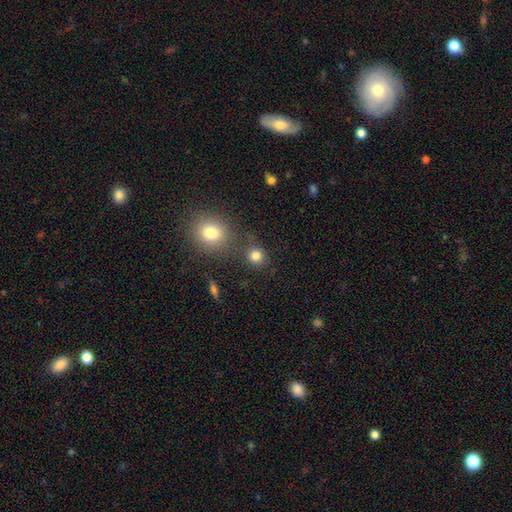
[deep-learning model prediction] smooth-or-featured: smooth: 81% | star or artifact: 13% | featured or disk: 5%
  how-rounded: round: 90% | in between: 9% | cigar-shaped: 1%
  merging: none: 80% | merger: 10% | minor disturbance: 8% | major disturbance: 3%